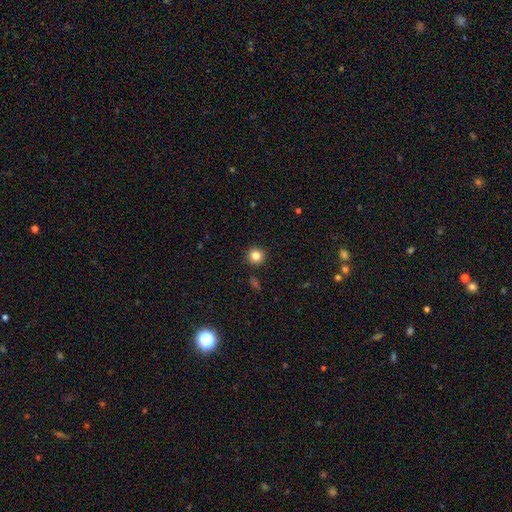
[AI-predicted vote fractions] Q: Smooth or featured?
A: smooth (83%); runner-up: star or artifact (12%)
Q: How rounded?
A: round (93%); runner-up: in between (6%)
Q: Merging?
A: none (92%); runner-up: minor disturbance (5%)